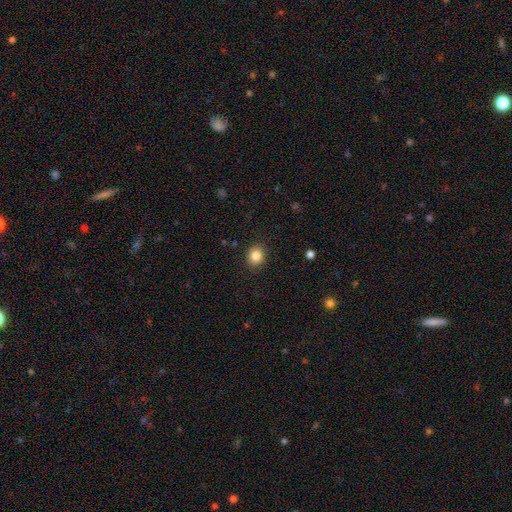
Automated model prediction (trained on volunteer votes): A smooth galaxy with no disk features (84%) that is round (74%).

Vote fractions:
- Smooth or featured? smooth: 84% / star or artifact: 10% / featured or disk: 5%
- How rounded? round: 74% / in between: 25% / cigar-shaped: 1%
- Merging? none: 90% / minor disturbance: 7% / major disturbance: 2% / merger: 1%